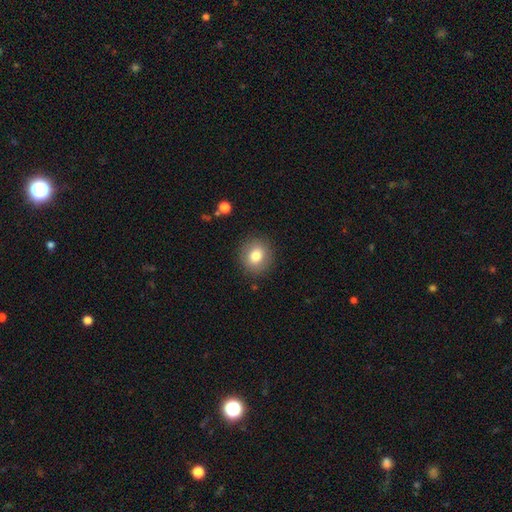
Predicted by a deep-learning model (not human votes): Overall: smooth (79%). How rounded: round (81%). Merging: none (88%).